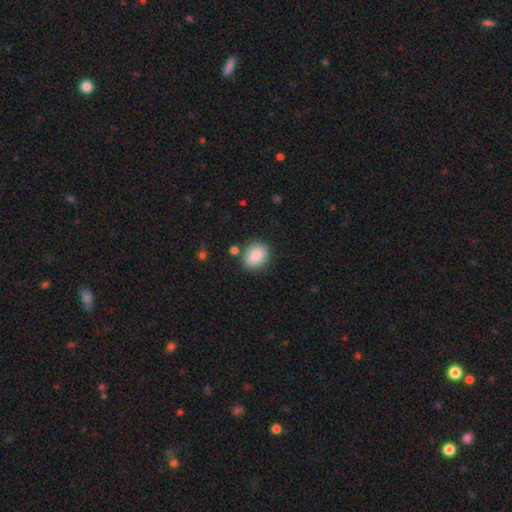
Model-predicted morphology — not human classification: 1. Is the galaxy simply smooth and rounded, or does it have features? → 83% smooth, 9% featured or disk, 8% star or artifact.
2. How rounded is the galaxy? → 57% round, 42% in between, 1% cigar-shaped.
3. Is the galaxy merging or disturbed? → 80% none, 12% minor disturbance, 5% merger, 3% major disturbance.